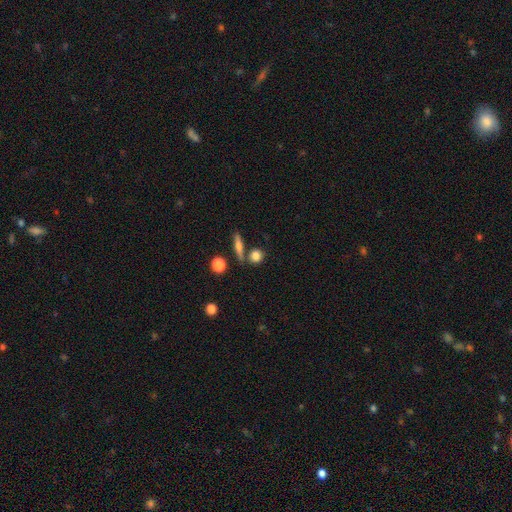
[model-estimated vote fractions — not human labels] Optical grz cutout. It shows a smooth galaxy with no disk features (80%) that is round (72%). Merging: none (72%).